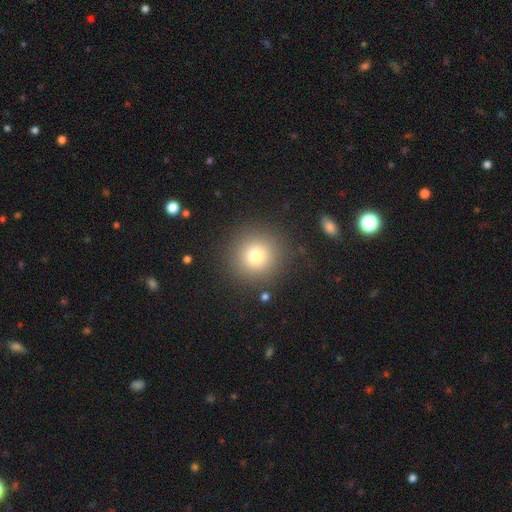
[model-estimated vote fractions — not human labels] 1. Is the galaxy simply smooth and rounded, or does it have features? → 75% smooth, 15% star or artifact, 10% featured or disk.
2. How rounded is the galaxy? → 95% round, 4% in between, 1% cigar-shaped.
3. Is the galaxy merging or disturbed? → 88% none, 6% minor disturbance, 3% major disturbance, 2% merger.